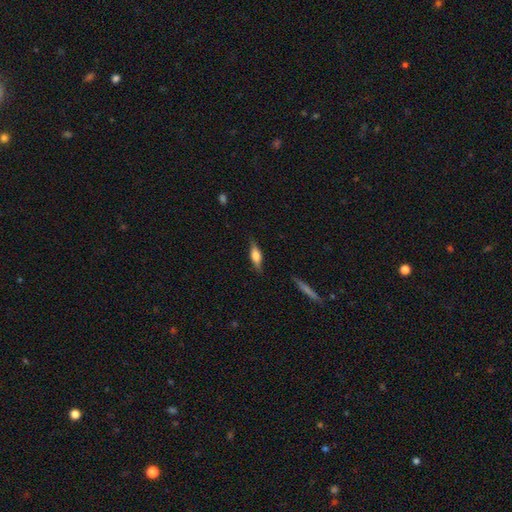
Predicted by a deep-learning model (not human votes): Smooth or featured: smooth — 51% (featured or disk — 42%)
How rounded: in between — 52% (cigar-shaped — 45%)
Merging: none — 81% (minor disturbance — 14%)